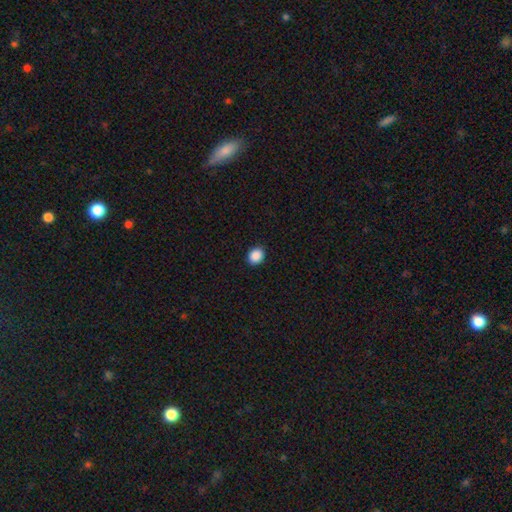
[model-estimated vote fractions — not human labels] A smooth galaxy with no disk features (89%) that is round (68%). Merging: none (92%).